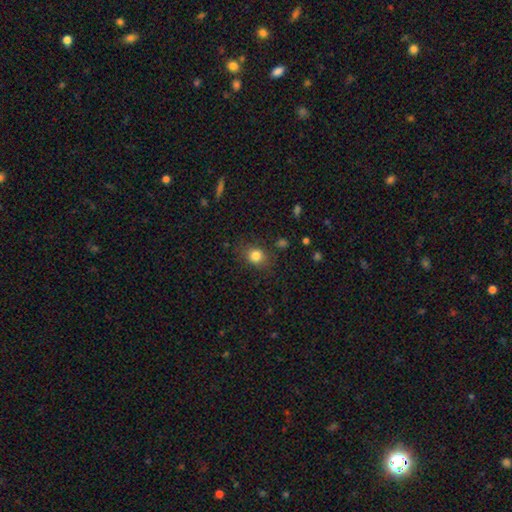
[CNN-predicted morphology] smooth-or-featured: smooth: 82% | star or artifact: 11% | featured or disk: 7%
  how-rounded: round: 65% | in between: 33% | cigar-shaped: 1%
  merging: none: 80% | minor disturbance: 14% | major disturbance: 5% | merger: 2%